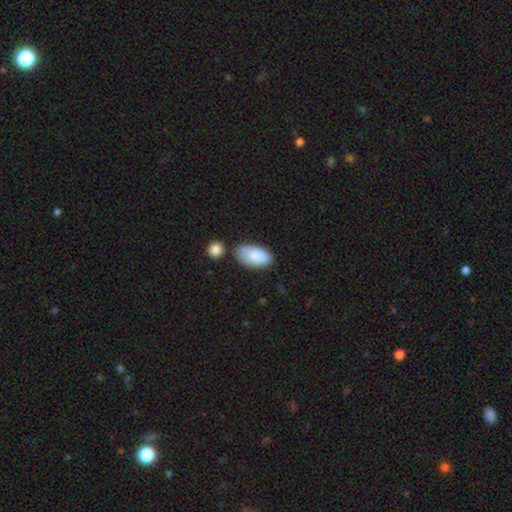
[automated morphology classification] smooth 82%, featured or disk 12%, star or artifact 6%. Down the decision tree: how rounded — in between (95%); merging — none (57%).